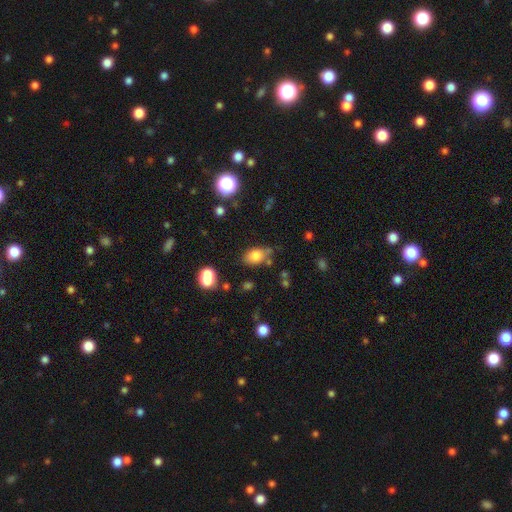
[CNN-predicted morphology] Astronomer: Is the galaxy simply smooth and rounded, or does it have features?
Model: smooth — 80%.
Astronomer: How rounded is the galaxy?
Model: in between — 81%.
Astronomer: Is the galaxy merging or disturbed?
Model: none — 64%.